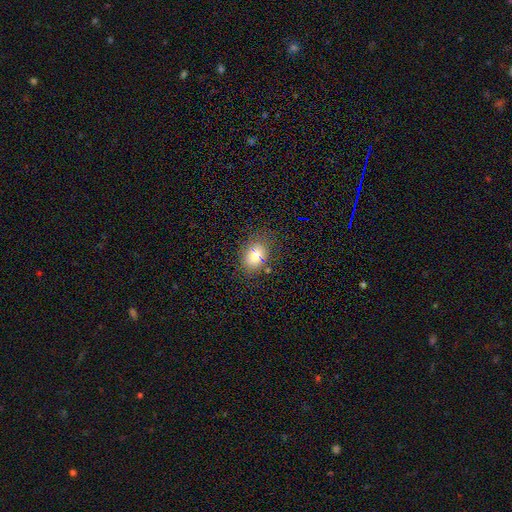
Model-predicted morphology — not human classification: Smooth or featured? smooth (71%)
How rounded? in between (60%)
Merging? none (77%)